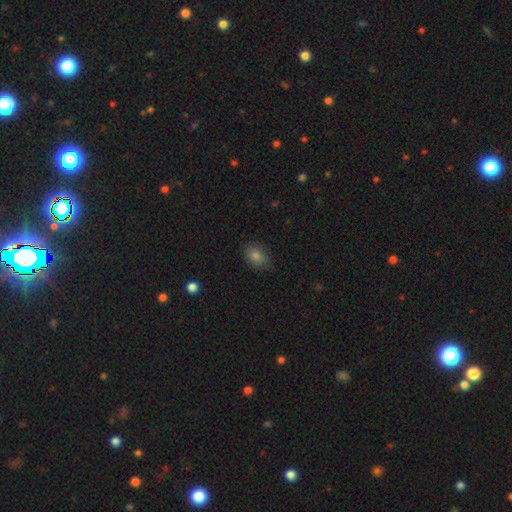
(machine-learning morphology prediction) type=smooth (81%); roundness=in between (74%); merging=none (84%).